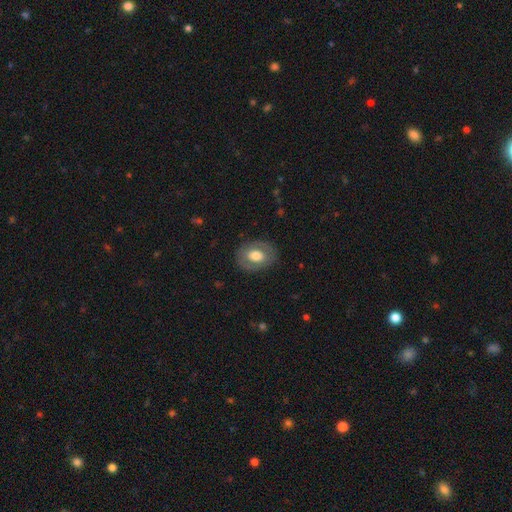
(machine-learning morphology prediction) Smooth or featured? smooth (58%)
How rounded? in between (65%)
Merging? none (82%)